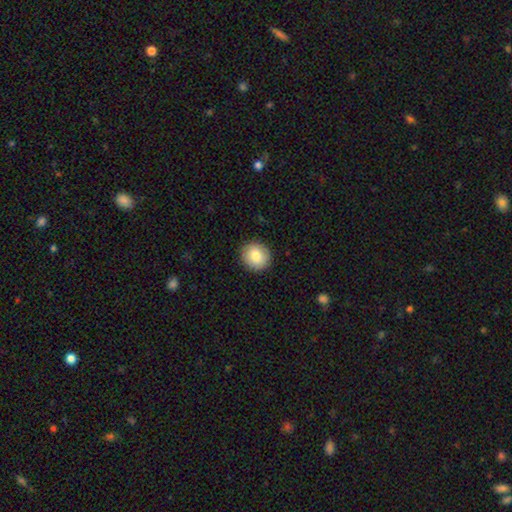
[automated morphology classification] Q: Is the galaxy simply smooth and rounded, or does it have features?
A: smooth — 82%.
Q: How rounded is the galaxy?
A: round — 88%.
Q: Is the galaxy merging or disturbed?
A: none — 90%.